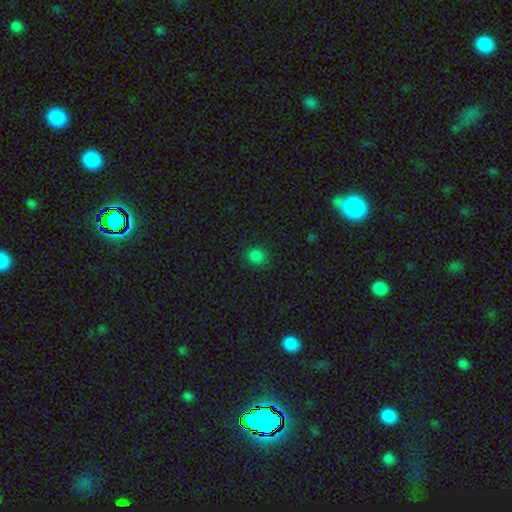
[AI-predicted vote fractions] Smooth or featured: smooth — 82% (star or artifact — 15%)
How rounded: round — 77% (in between — 22%)
Merging: none — 88% (minor disturbance — 8%)